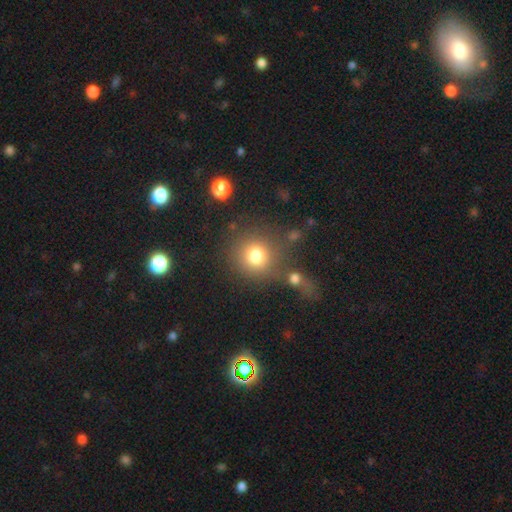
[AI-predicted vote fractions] This is likely a smooth galaxy (78%). How rounded: clearly round (90%). Merging: likely none (66%).